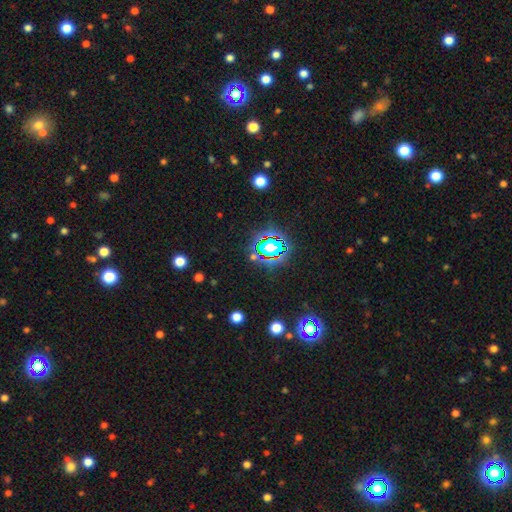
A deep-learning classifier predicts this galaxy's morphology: A star or artifact, not a galaxy (75%).